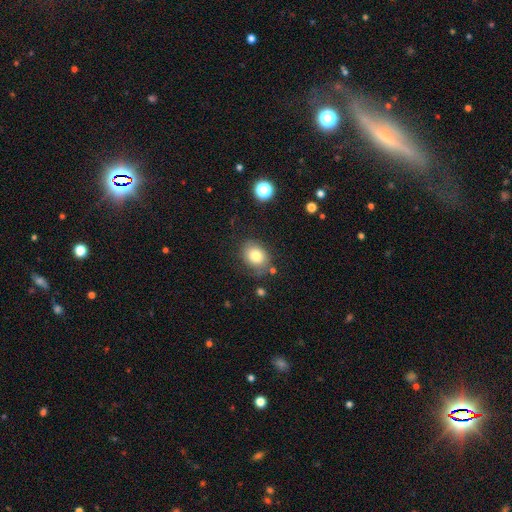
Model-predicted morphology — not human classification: A smooth galaxy with no disk features (79%) that is in between round and cigar-shaped (54%). Merging: none (75%).